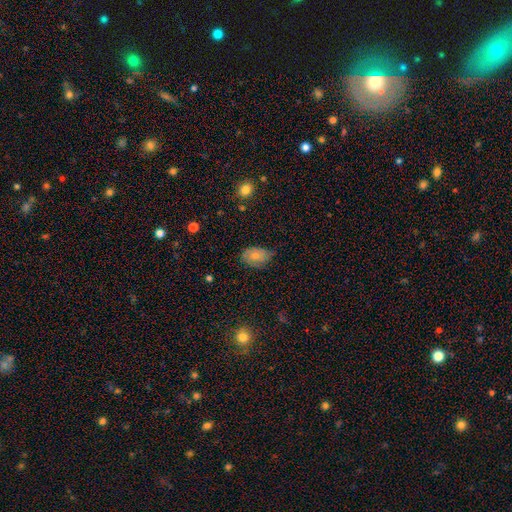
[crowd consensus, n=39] Q: Smooth or featured?
A: smooth (64%); runner-up: featured or disk (31%)
Q: How rounded?
A: in between (92%); runner-up: round (8%)
Q: Merging?
A: none (57%); runner-up: minor disturbance (35%)